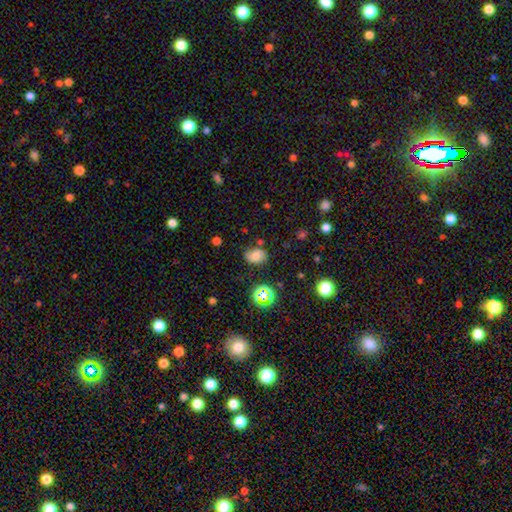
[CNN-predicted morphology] This is likely a smooth galaxy (62%). How rounded: likely in between (67%). Merging: likely none (67%).